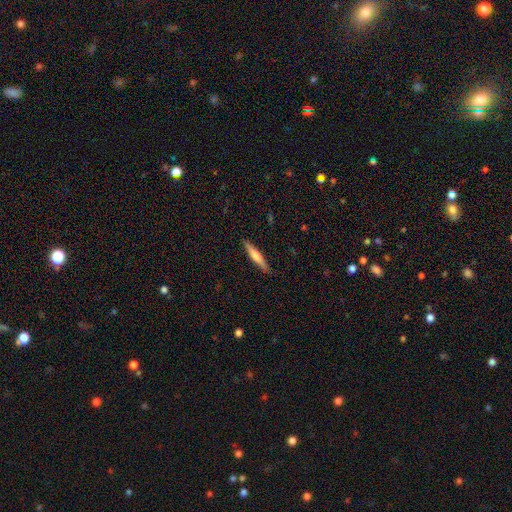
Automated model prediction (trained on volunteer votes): Q: Smooth or featured?
A: smooth (56%); runner-up: featured or disk (38%)
Q: How rounded?
A: cigar-shaped (91%); runner-up: in between (8%)
Q: Merging?
A: none (90%); runner-up: minor disturbance (8%)